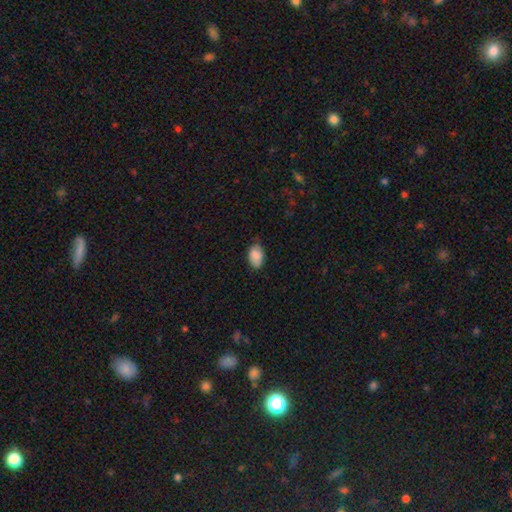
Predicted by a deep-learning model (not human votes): Q: Smooth or featured?
A: smooth (86%); runner-up: featured or disk (7%)
Q: How rounded?
A: in between (91%); runner-up: round (8%)
Q: Merging?
A: none (68%); runner-up: minor disturbance (26%)